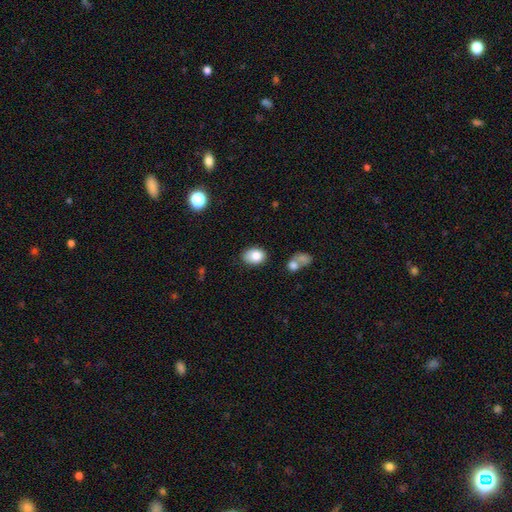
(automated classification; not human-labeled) Q: Smooth or featured?
A: smooth (83%); runner-up: star or artifact (8%)
Q: How rounded?
A: in between (78%); runner-up: round (21%)
Q: Merging?
A: none (74%); runner-up: minor disturbance (17%)